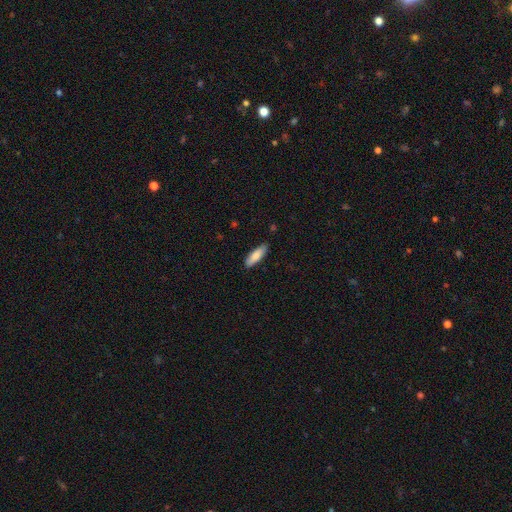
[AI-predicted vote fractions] The model was most divided on "how rounded": in between: 50%, cigar-shaped: 48%, round: 2%. More confident: merging — none (85%); smooth or featured — smooth (81%).